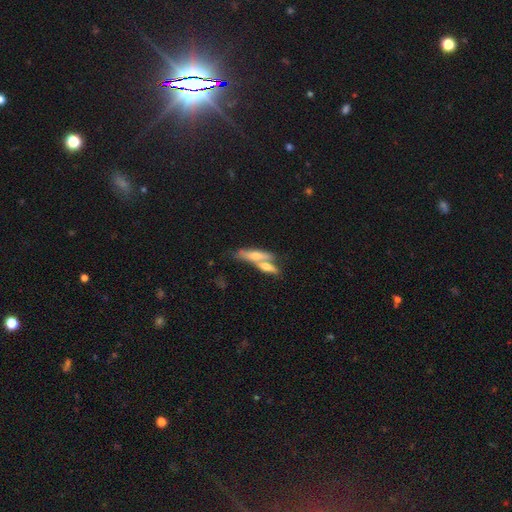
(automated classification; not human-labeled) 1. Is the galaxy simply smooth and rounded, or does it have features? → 51% smooth, 42% featured or disk, 7% star or artifact.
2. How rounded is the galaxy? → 61% cigar-shaped, 36% in between, 3% round.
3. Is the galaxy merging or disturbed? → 50% merger, 36% none, 10% minor disturbance, 4% major disturbance.